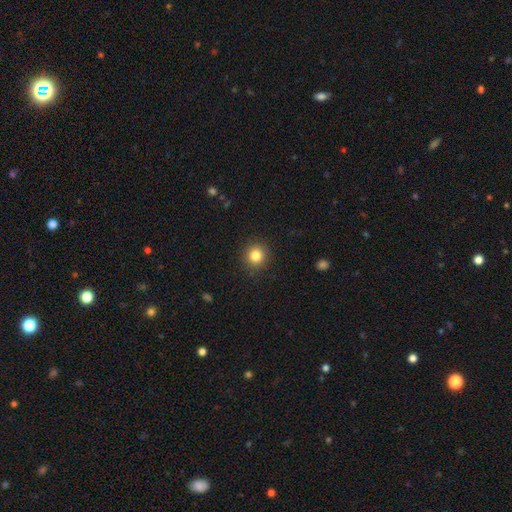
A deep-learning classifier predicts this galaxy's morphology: Overall: smooth (83%). How rounded: round (92%). Merging: none (91%).